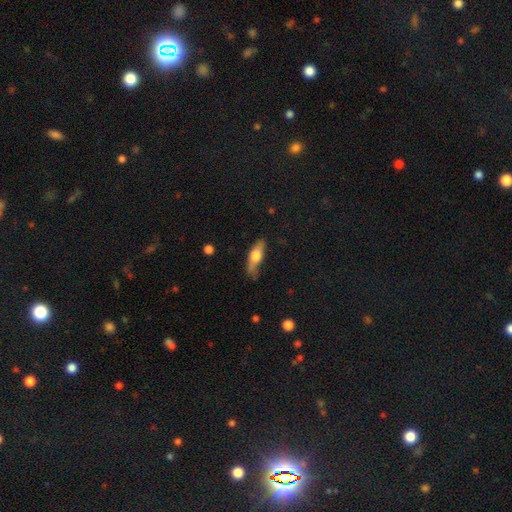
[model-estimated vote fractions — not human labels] Smooth or featured: smooth — 56% (featured or disk — 38%)
How rounded: in between — 51% (cigar-shaped — 46%)
Merging: none — 63% (minor disturbance — 26%)